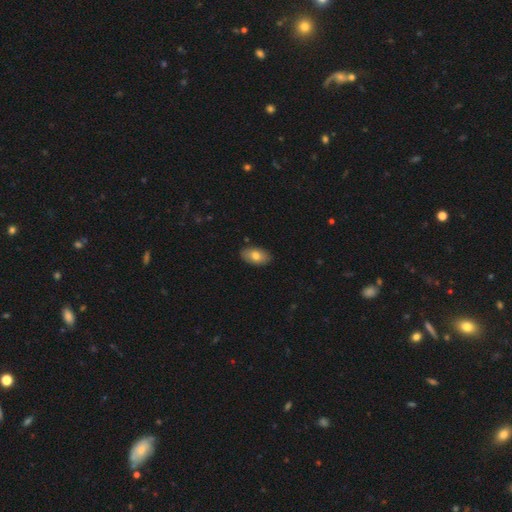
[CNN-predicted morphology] Smooth or featured?
  - smooth: 78% *
  - featured or disk: 15%
  - star or artifact: 7%
How rounded?
  - in between: 93% *
  - round: 5%
  - cigar-shaped: 2%
Merging?
  - none: 87% *
  - minor disturbance: 10%
  - major disturbance: 2%
  - merger: 1%